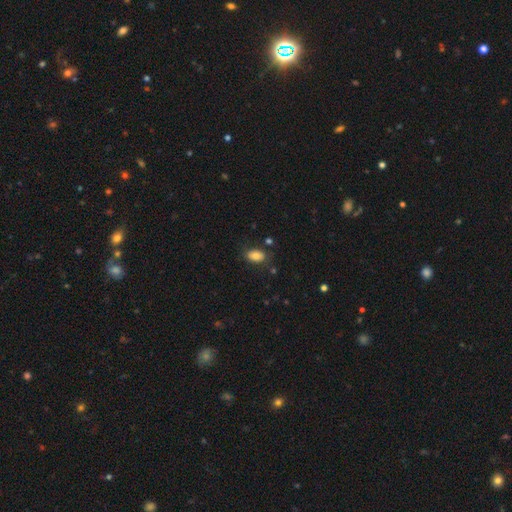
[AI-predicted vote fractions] Smooth or featured? Predicted: smooth (p=0.83). How rounded? Predicted: in between (p=0.90). Merging? Predicted: none (p=0.79).